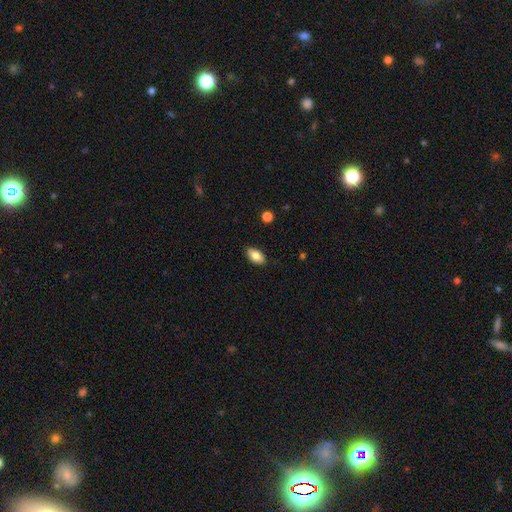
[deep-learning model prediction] Smooth or featured?
  - smooth: 83% *
  - featured or disk: 10%
  - star or artifact: 7%
How rounded?
  - in between: 92% *
  - round: 4%
  - cigar-shaped: 4%
Merging?
  - none: 88% *
  - minor disturbance: 9%
  - major disturbance: 2%
  - merger: 1%